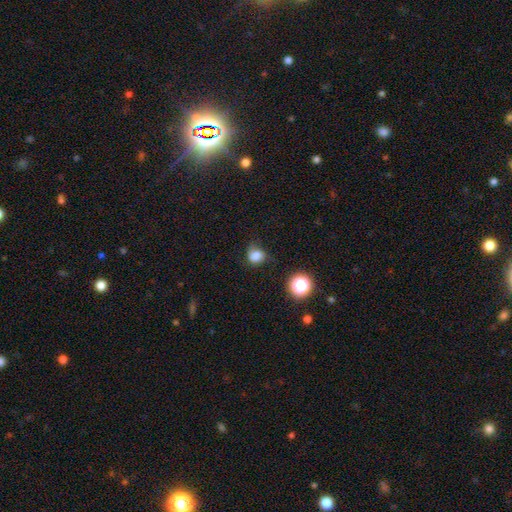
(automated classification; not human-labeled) Smooth or featured?
  - smooth: 78% *
  - star or artifact: 13%
  - featured or disk: 9%
How rounded?
  - round: 68% *
  - in between: 31%
  - cigar-shaped: 1%
Merging?
  - none: 54% *
  - minor disturbance: 31%
  - major disturbance: 12%
  - merger: 3%